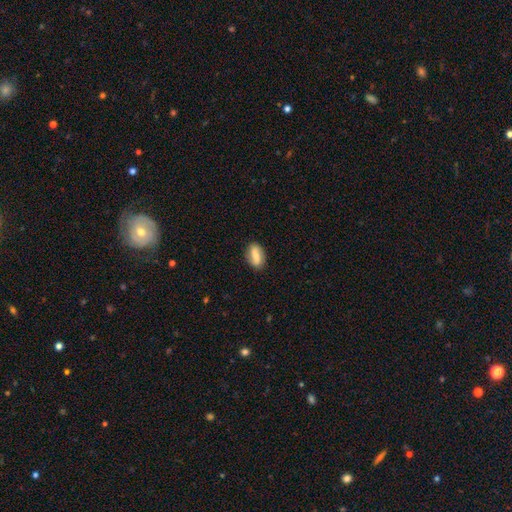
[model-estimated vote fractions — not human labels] This is likely a smooth galaxy (65%). How rounded: clearly in between (85%). Merging: clearly none (85%).